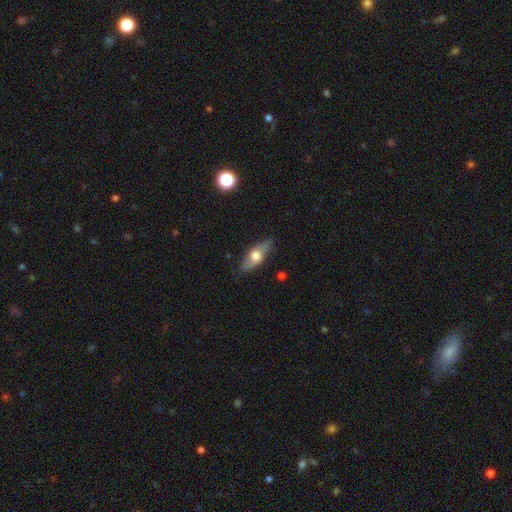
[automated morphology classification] Q: Smooth or featured?
A: smooth (50%); runner-up: featured or disk (44%)
Q: Merging?
A: none (84%); runner-up: minor disturbance (13%)